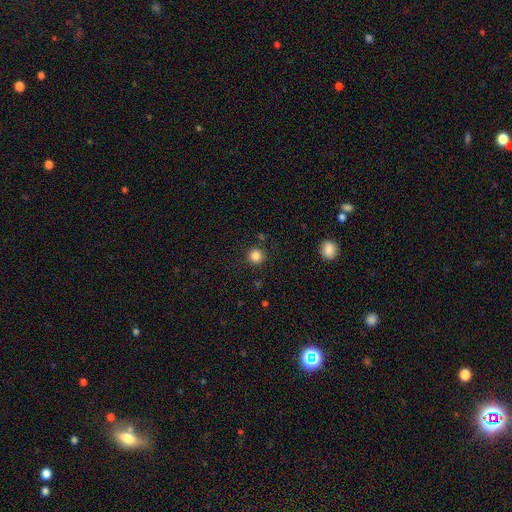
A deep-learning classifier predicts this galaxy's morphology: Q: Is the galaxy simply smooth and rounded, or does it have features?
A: smooth — 85%.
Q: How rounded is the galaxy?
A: round — 95%.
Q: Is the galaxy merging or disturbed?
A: none — 90%.